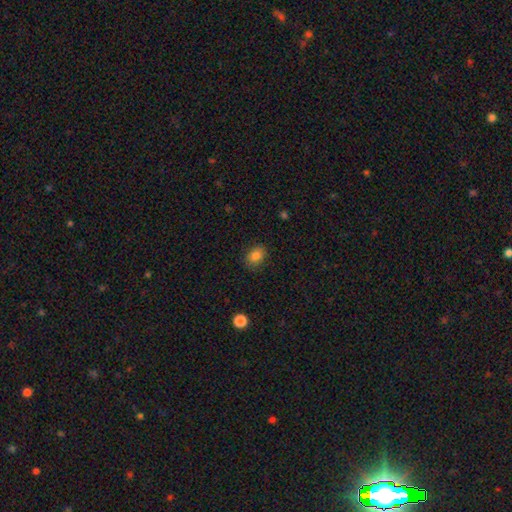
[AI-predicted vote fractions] Smooth or featured? Predicted: smooth (p=0.83). How rounded? Predicted: in between (p=0.56). Merging? Predicted: none (p=0.85).